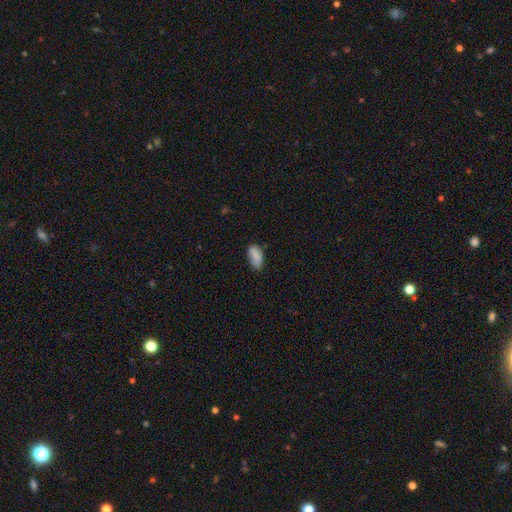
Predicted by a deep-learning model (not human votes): Smooth or featured? smooth (80%)
How rounded? in between (93%)
Merging? none (61%)